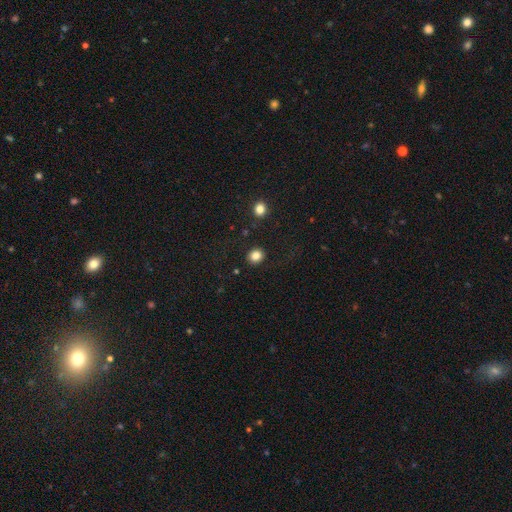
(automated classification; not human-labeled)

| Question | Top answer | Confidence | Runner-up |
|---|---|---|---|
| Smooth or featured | smooth | 84% | star or artifact (11%) |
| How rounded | round | 72% | in between (27%) |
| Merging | none | 87% | minor disturbance (8%) |